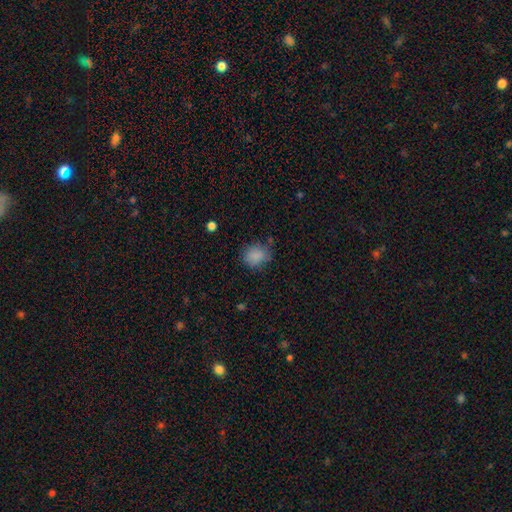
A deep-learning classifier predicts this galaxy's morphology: Q: Smooth or featured?
A: smooth (85%); runner-up: star or artifact (10%)
Q: How rounded?
A: round (61%); runner-up: in between (38%)
Q: Merging?
A: none (72%); runner-up: minor disturbance (20%)